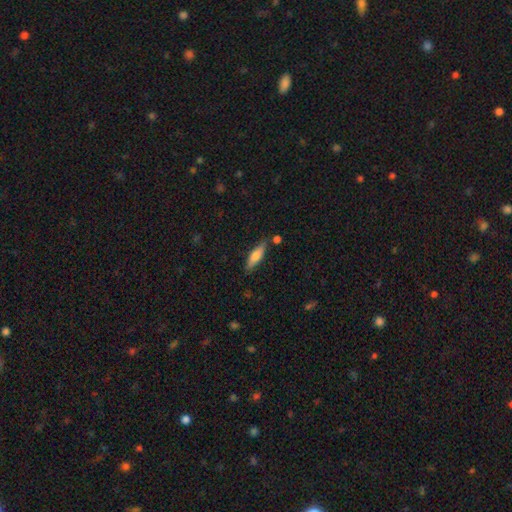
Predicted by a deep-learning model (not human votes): A smooth galaxy with no disk features (66%) that is cigar-shaped (61%). Merging: none (80%).